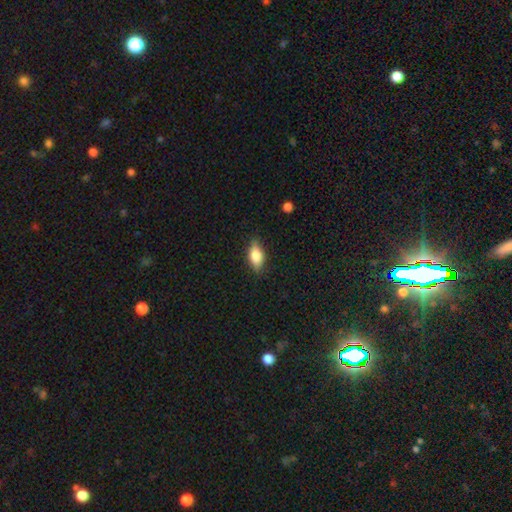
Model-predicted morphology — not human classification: type=smooth (79%); roundness=in between (86%); merging=none (80%).